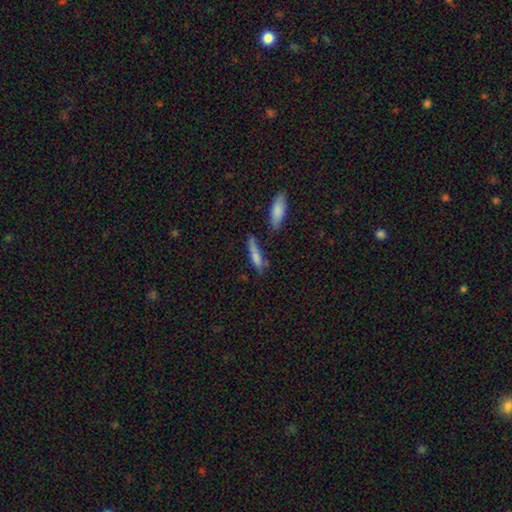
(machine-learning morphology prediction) Smooth or featured? Predicted: smooth (p=0.75). How rounded? Predicted: cigar-shaped (p=0.77). Merging? Predicted: none (p=0.60).